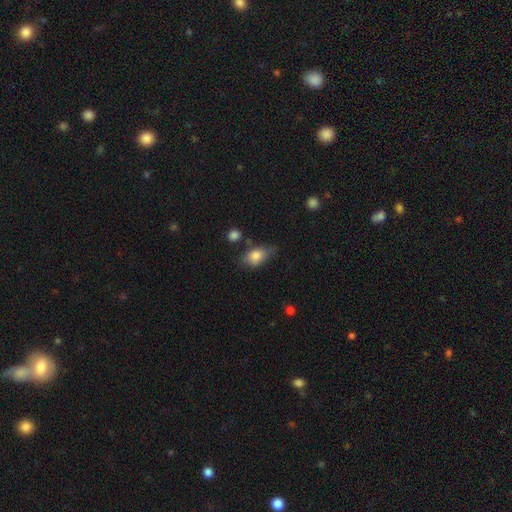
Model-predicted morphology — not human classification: type=smooth (81%); roundness=in between (85%); merging=none (59%).